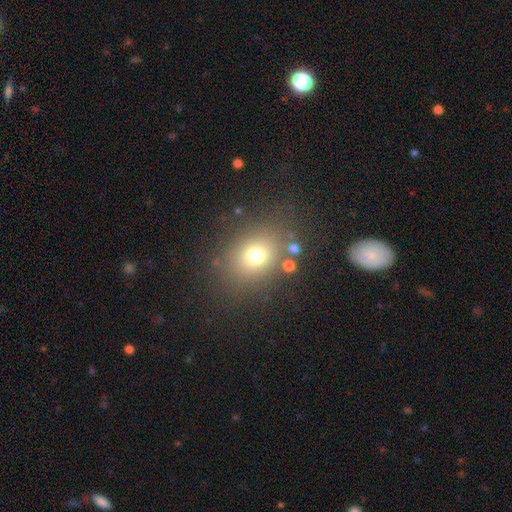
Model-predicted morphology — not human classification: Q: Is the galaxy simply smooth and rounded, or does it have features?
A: smooth — 71%.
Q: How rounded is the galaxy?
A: round — 58%.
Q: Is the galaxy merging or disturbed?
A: none — 79%.